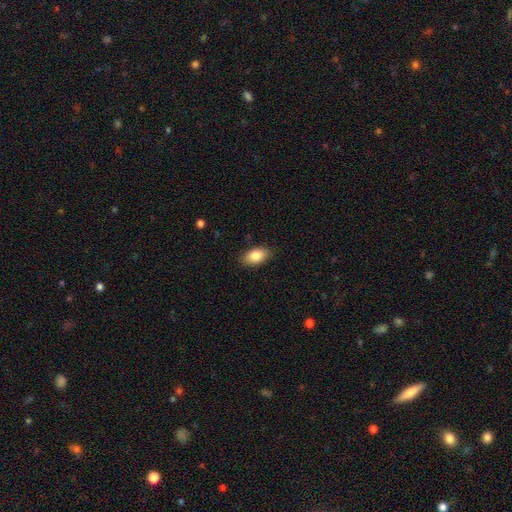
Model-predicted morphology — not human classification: smooth_or_featured: smooth (p=0.85) [alt: featured or disk p=0.09]
how_rounded: in between (p=0.92) [alt: round p=0.05]
merging: none (p=0.87) [alt: minor disturbance p=0.10]